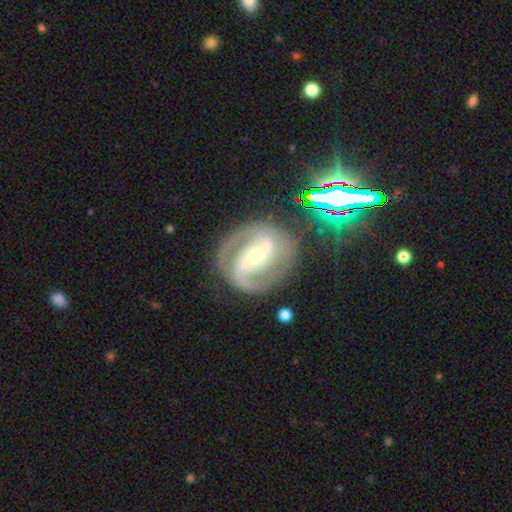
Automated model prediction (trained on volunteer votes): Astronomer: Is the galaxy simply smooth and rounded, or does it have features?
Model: featured or disk — 88%.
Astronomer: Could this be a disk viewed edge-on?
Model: no — 97%.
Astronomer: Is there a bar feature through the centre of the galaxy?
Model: strong — 57%.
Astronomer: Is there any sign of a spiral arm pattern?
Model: yes — 96%.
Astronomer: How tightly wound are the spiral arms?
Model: medium — 48% (runner-up: tight, 43%).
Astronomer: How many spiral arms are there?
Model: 2 — 88%.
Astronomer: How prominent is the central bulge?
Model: small — 50% (runner-up: moderate, 45%).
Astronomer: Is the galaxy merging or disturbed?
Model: none — 80%.